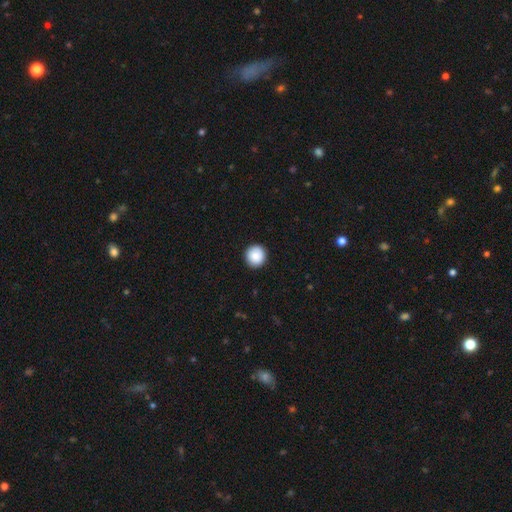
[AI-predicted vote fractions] smooth 87%, star or artifact 7%, featured or disk 5%. Down the decision tree: how rounded — round (94%); merging — none (92%).